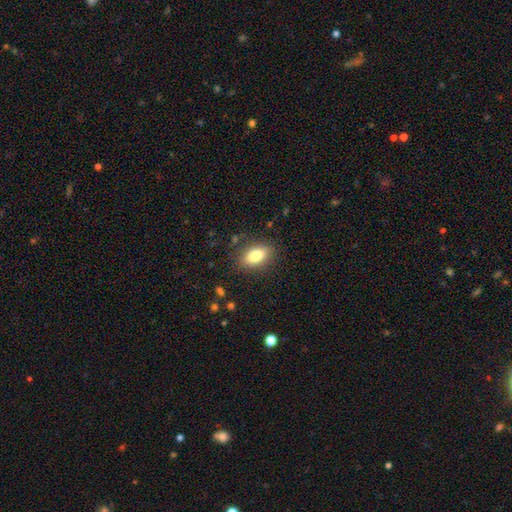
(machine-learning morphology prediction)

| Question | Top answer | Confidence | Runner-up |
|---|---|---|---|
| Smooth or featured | smooth | 82% | featured or disk (10%) |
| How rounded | in between | 88% | round (7%) |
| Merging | none | 85% | minor disturbance (10%) |